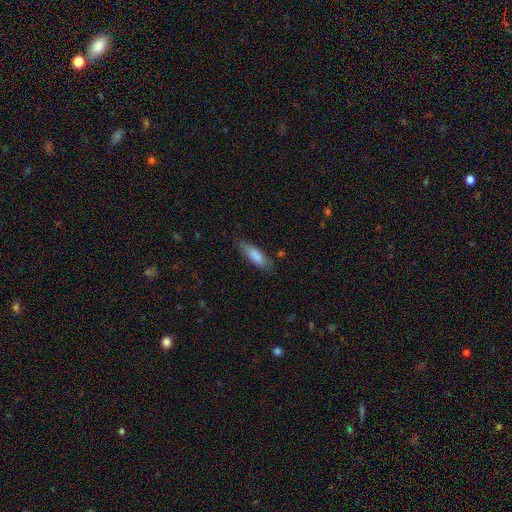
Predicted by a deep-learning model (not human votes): The model was most divided on "how rounded": cigar-shaped: 51%, in between: 47%, round: 1%. More confident: smooth or featured — smooth (81%); merging — none (75%).